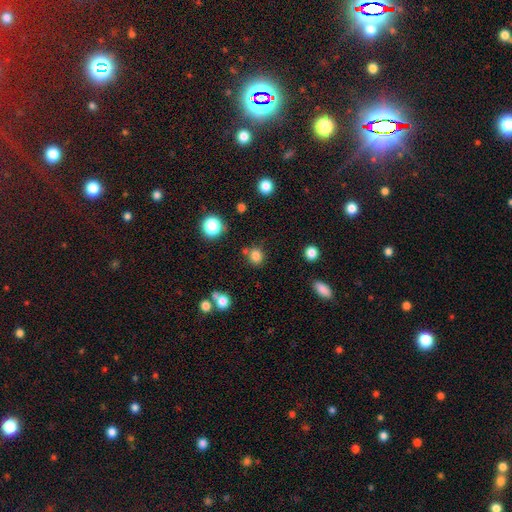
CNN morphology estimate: This appears to be a smooth galaxy with no disk features (81%) that is round (83%). Merging: none (74%).